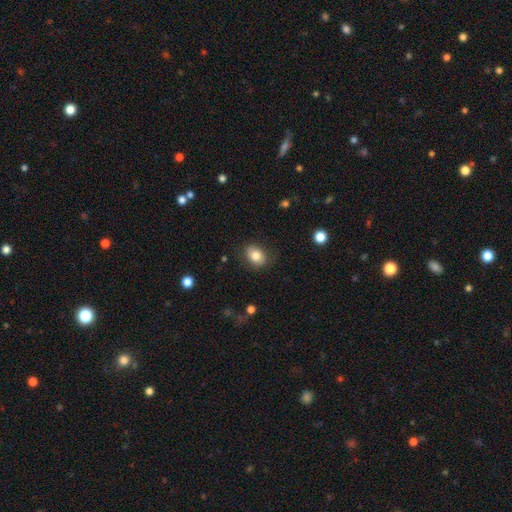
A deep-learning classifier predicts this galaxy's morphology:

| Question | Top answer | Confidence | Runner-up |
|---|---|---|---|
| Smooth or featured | smooth | 80% | featured or disk (12%) |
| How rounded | in between | 64% | round (35%) |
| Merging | none | 78% | minor disturbance (16%) |